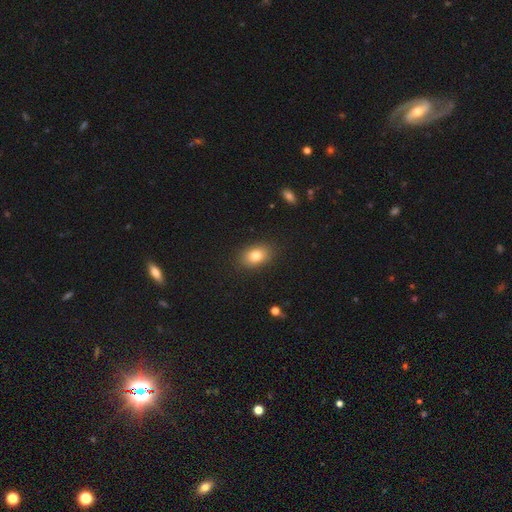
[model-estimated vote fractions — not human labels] This is clearly a smooth galaxy (81%). How rounded: clearly in between (82%). Merging: clearly none (87%).